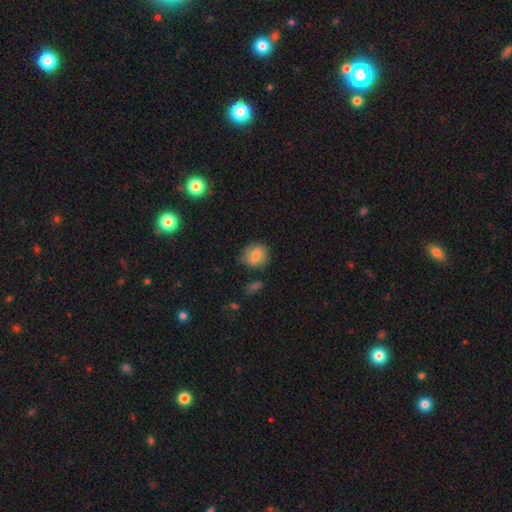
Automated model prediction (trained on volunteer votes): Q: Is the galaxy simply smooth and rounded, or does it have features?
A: smooth — 75%.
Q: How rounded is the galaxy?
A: round — 67%.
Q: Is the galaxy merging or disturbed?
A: none — 75%.